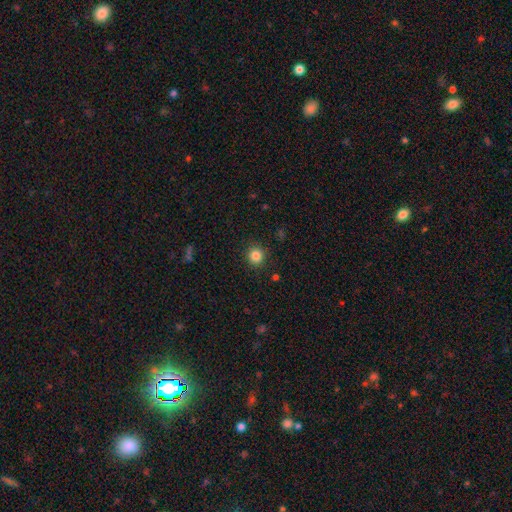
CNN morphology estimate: Smooth or featured: smooth — 84% (star or artifact — 11%)
How rounded: round — 92% (in between — 7%)
Merging: none — 90% (minor disturbance — 6%)